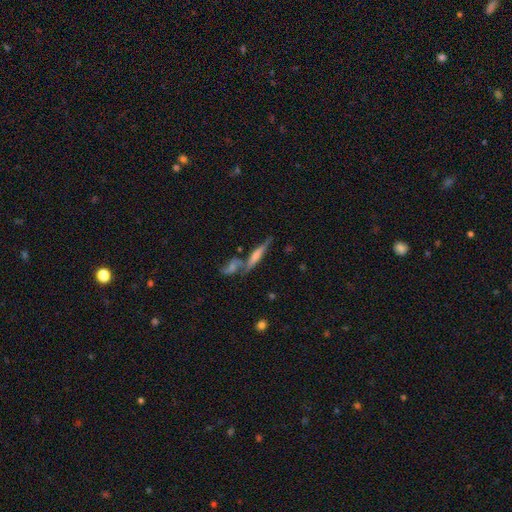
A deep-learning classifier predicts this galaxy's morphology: This appears to be a featured or disk galaxy (68%) viewed edge-on (93%) with a rounded central bulge (72%). Merging: none (63%).